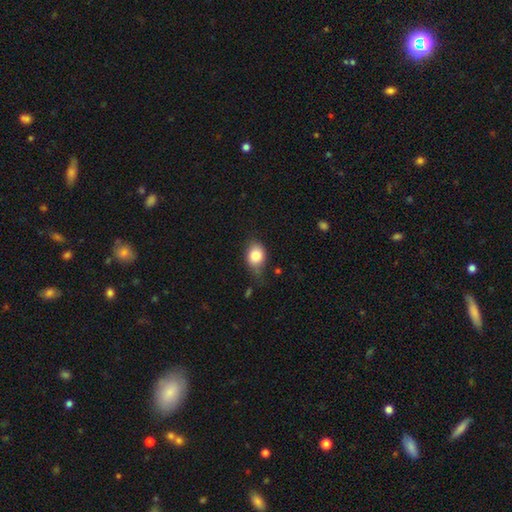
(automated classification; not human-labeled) smooth-or-featured: smooth: 81% | featured or disk: 10% | star or artifact: 9%
  how-rounded: in between: 59% | round: 40% | cigar-shaped: 1%
  merging: none: 59% | minor disturbance: 30% | major disturbance: 9% | merger: 2%